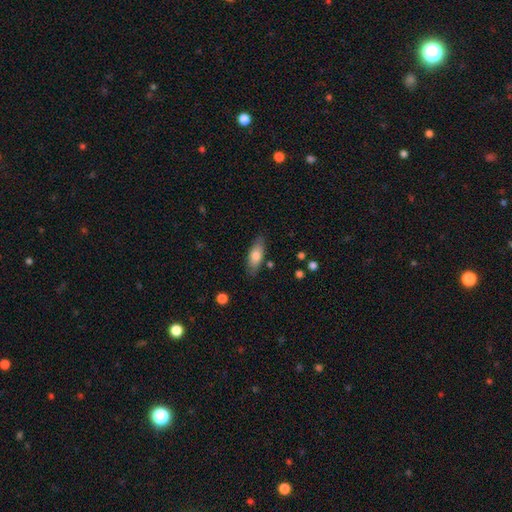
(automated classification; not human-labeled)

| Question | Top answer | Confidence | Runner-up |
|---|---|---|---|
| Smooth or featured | smooth | 74% | featured or disk (20%) |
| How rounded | in between | 72% | cigar-shaped (25%) |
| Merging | none | 82% | minor disturbance (13%) |